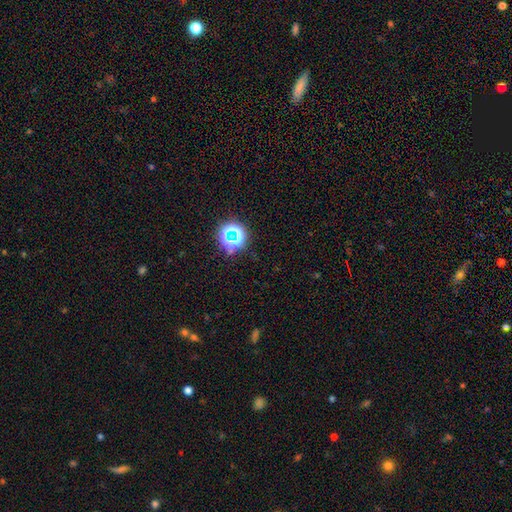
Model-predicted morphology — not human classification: star or artifact 67%, smooth 24%, featured or disk 9%.